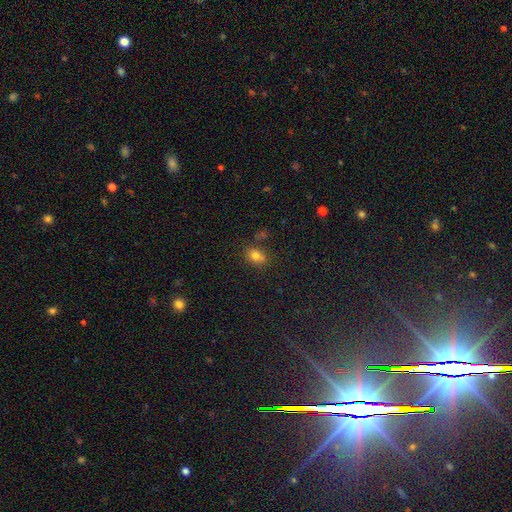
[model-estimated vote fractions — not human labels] Overall: smooth (75%). How rounded: in between (53%; round 46%). Merging: none (60%).